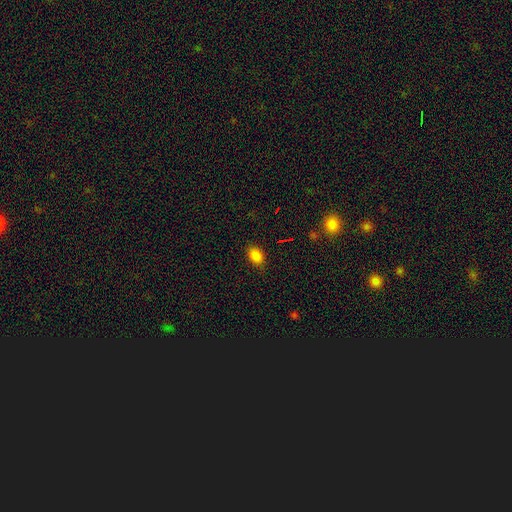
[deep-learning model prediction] Overall: smooth (84%). How rounded: in between (84%). Merging: none (83%).